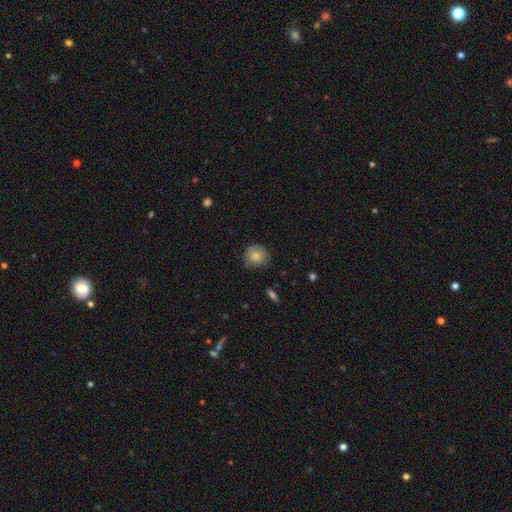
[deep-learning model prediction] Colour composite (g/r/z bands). It shows a smooth galaxy with no disk features (82%) that is round (90%). Merging: none (76%).